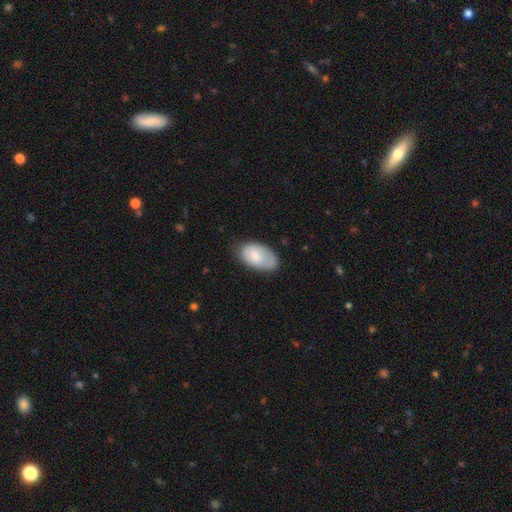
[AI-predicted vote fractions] The model was most divided on "merging": none: 66%, minor disturbance: 26%, major disturbance: 7%, merger: 2%. More confident: how rounded — in between (94%); smooth or featured — smooth (72%).